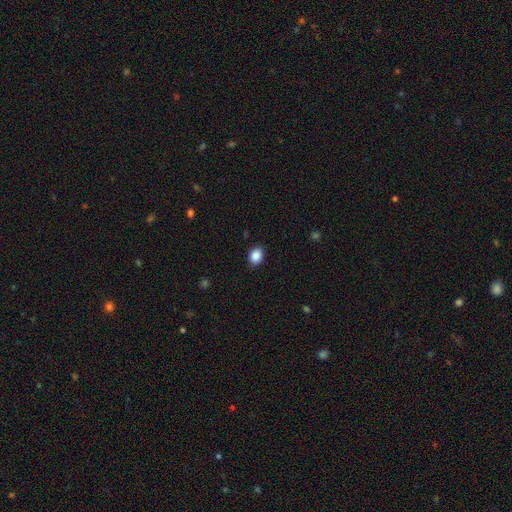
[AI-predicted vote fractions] Smooth or featured: smooth — 89% (star or artifact — 8%)
How rounded: in between — 64% (round — 35%)
Merging: none — 89% (minor disturbance — 8%)